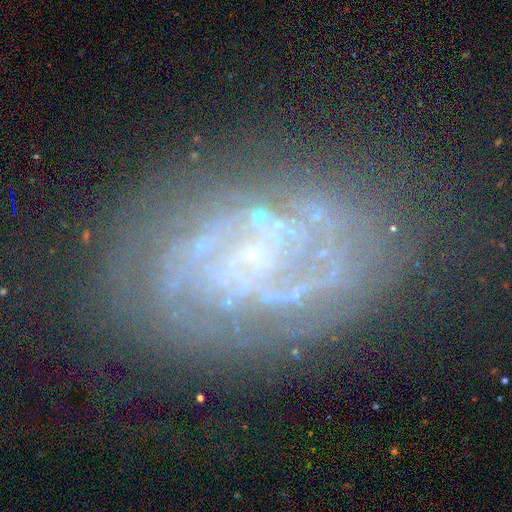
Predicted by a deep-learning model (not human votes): Overall: featured or disk (80%). Edge-on disk: no (97%). Bar: no (70%). Spiral arms: yes (78%). Spiral arm count: can't tell (42%; 2 26%). Spiral winding: tight (62%; medium 28%). Bulge size: small (63%; none 24%). Merging: none (66%).